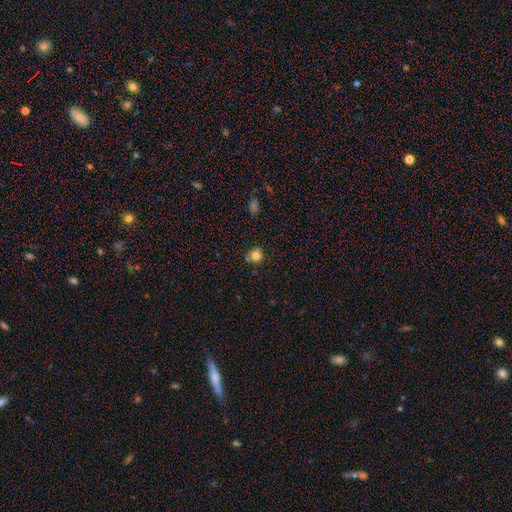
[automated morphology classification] type=smooth (78%); roundness=round (81%); merging=none (69%).